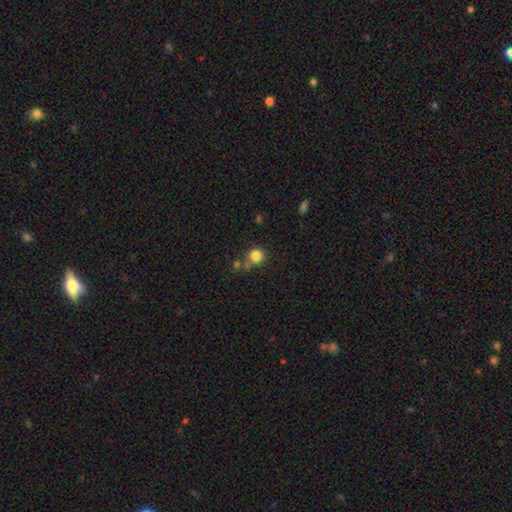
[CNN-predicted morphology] smooth_or_featured: smooth (p=0.84) [alt: star or artifact p=0.11]
how_rounded: round (p=0.91) [alt: in between p=0.08]
merging: none (p=0.67) [alt: merger p=0.18]